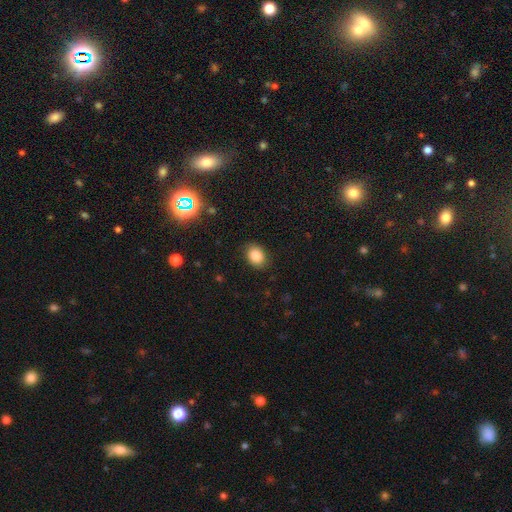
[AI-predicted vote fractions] This is clearly a smooth galaxy (85%). How rounded: likely in between (65%). Merging: clearly none (86%).